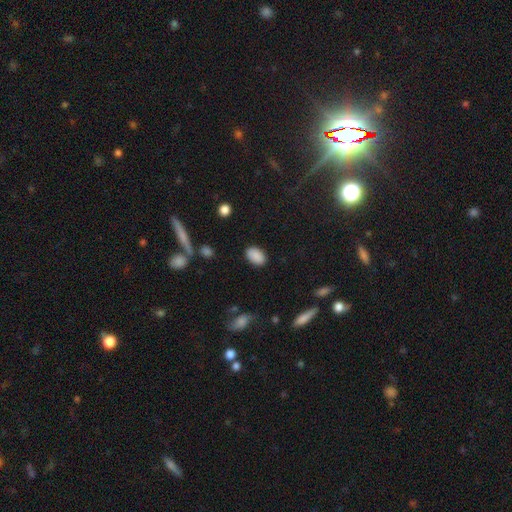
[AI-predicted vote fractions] The model was most divided on "merging": none: 87%, minor disturbance: 9%, major disturbance: 3%, merger: 1%. More confident: how rounded — in between (90%); smooth or featured — smooth (88%).